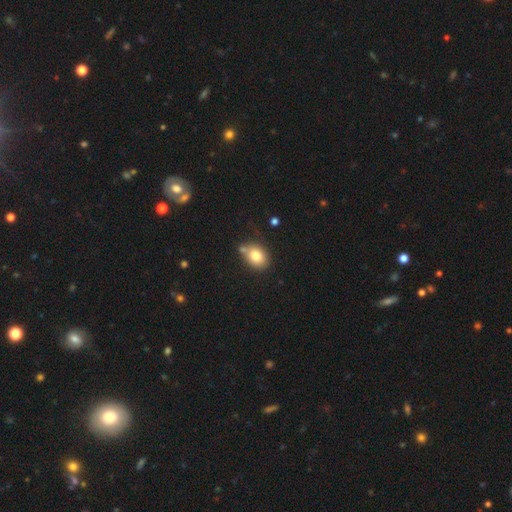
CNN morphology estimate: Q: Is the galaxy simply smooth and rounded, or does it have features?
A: smooth — 80%.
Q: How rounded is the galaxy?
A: in between — 55%.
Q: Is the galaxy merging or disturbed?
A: none — 61%.